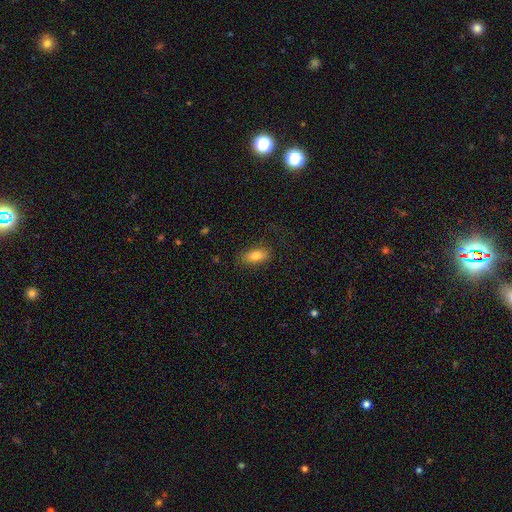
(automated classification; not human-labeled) This is clearly a smooth galaxy (81%). How rounded: clearly in between (87%). Merging: likely none (79%).